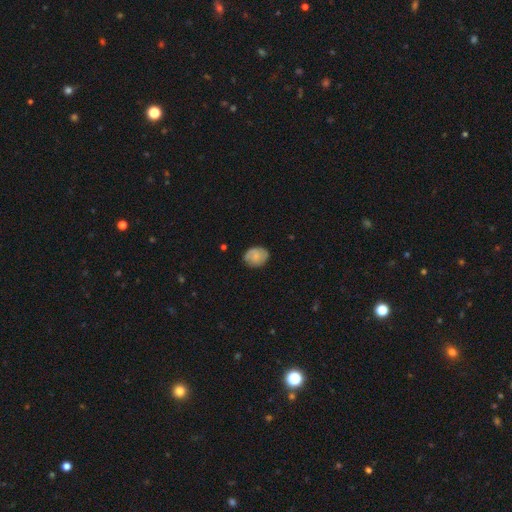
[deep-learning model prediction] smooth 65%, featured or disk 27%, star or artifact 8%. Down the decision tree: how rounded — in between (50%); merging — none (73%).